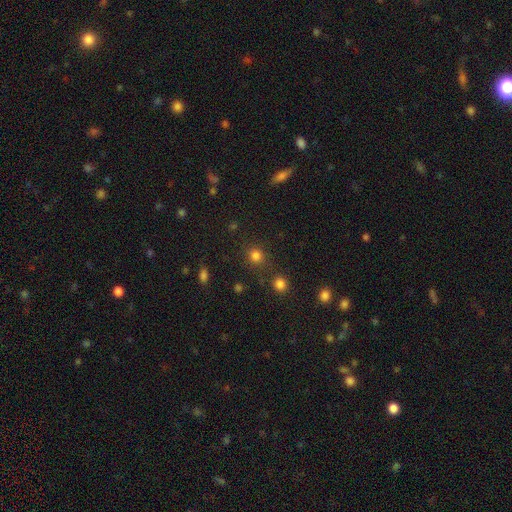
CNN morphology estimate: Overall: smooth (79%). How rounded: round (89%). Merging: none (79%).